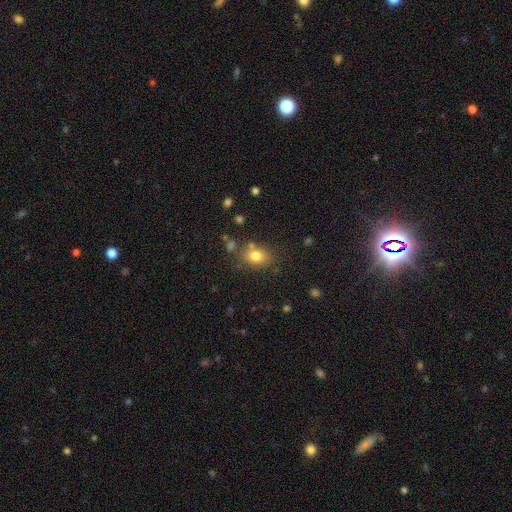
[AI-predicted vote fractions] The model was most divided on "how rounded": in between: 55%, round: 44%, cigar-shaped: 1%. More confident: smooth or featured — smooth (79%); merging — none (74%).